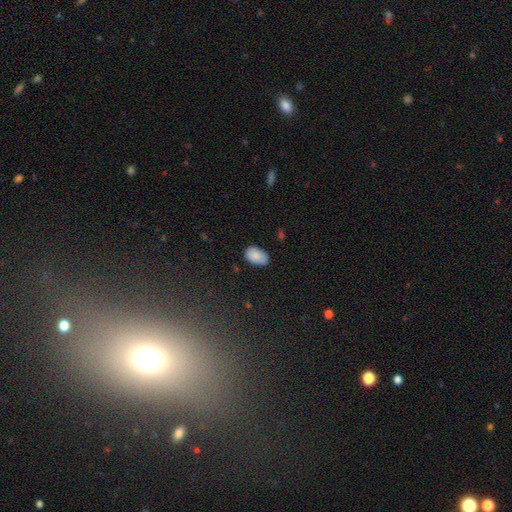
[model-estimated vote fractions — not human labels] Overall: smooth (84%). How rounded: in between (91%). Merging: none (76%).